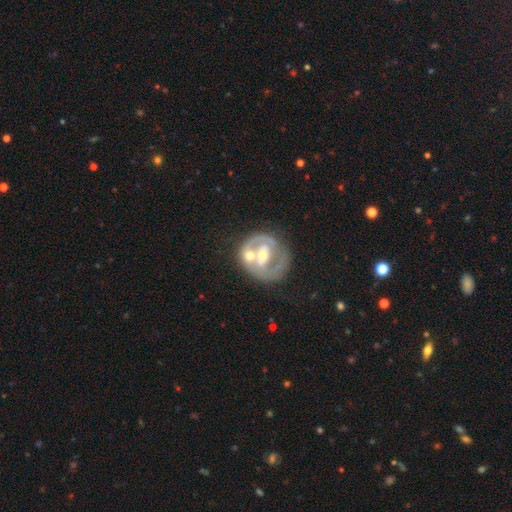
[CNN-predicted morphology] Smooth or featured?
  - featured or disk: 74% *
  - smooth: 20%
  - star or artifact: 6%
Edge-on disk?
  - no: 97% *
  - yes: 3%
Bar?
  - no: 45% *
  - weak: 33%
  - strong: 22%
Spiral arms?
  - no: 54% *
  - yes: 46%
Bulge size?
  - moderate: 61% *
  - small: 32%
  - large: 4%
  - none: 2%
  - dominant: 1%
Merging?
  - none: 43% *
  - merger: 34%
  - minor disturbance: 14%
  - major disturbance: 9%